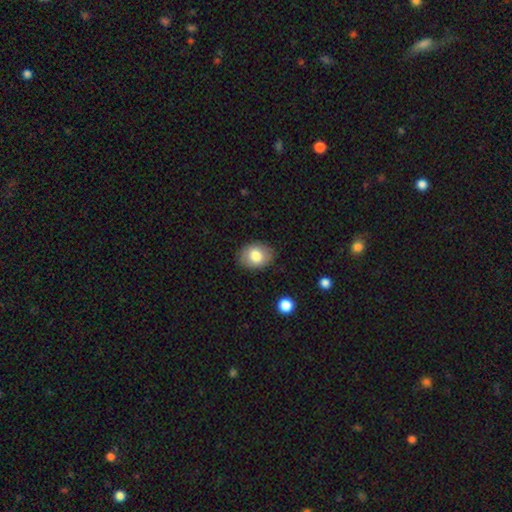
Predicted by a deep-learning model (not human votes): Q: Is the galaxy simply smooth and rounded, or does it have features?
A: smooth — 79%.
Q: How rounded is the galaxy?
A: in between — 65%.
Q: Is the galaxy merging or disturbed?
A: none — 85%.